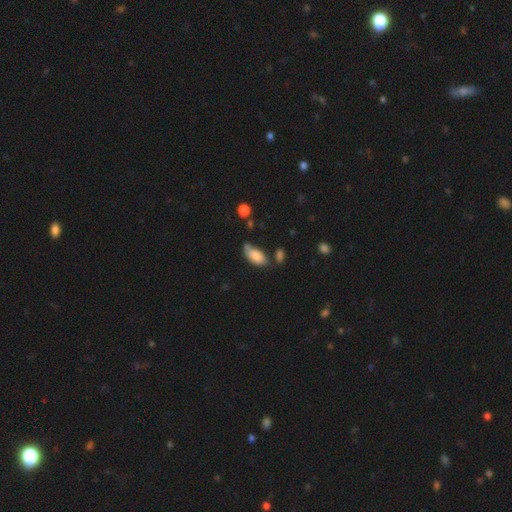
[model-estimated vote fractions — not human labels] smooth-or-featured: smooth: 81% | featured or disk: 12% | star or artifact: 7%
  how-rounded: in between: 92% | cigar-shaped: 6% | round: 2%
  merging: none: 52% | minor disturbance: 30% | merger: 10% | major disturbance: 8%